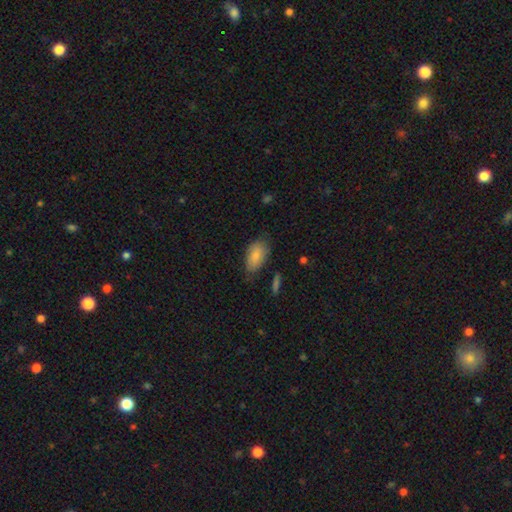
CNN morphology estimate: Smooth or featured? Predicted: smooth (p=0.81). How rounded? Predicted: in between (p=0.93). Merging? Predicted: none (p=0.69).